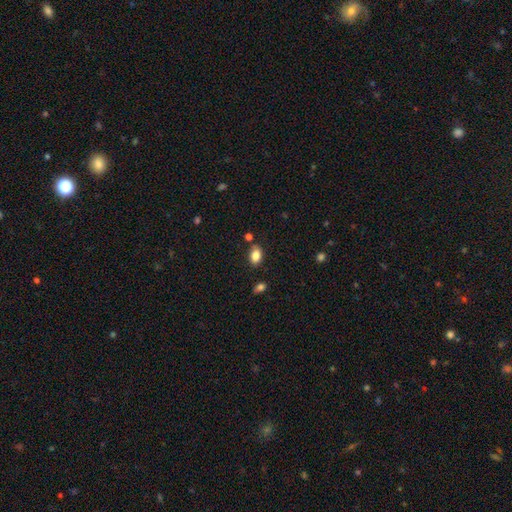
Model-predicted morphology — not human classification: This appears to be a smooth galaxy with no disk features (85%) that is in between round and cigar-shaped (82%). Merging: none (78%).